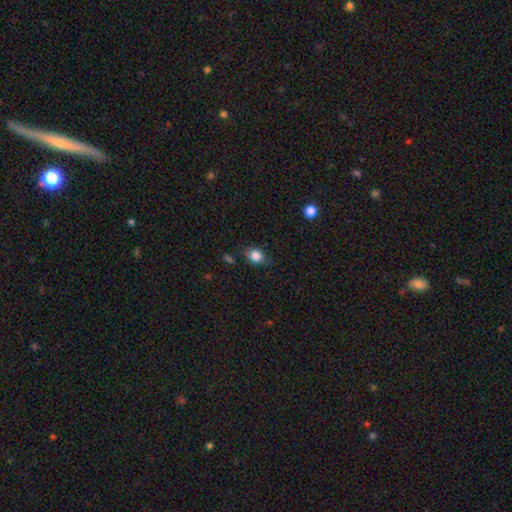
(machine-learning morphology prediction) Overall: smooth (81%). How rounded: round (49%, tied with in between). Merging: none (70%).